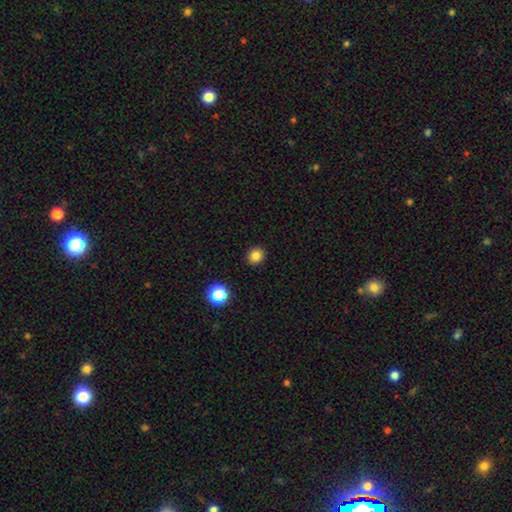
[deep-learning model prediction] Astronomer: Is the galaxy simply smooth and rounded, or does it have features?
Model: smooth — 83%.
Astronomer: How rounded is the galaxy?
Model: round — 84%.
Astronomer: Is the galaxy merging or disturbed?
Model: none — 91%.